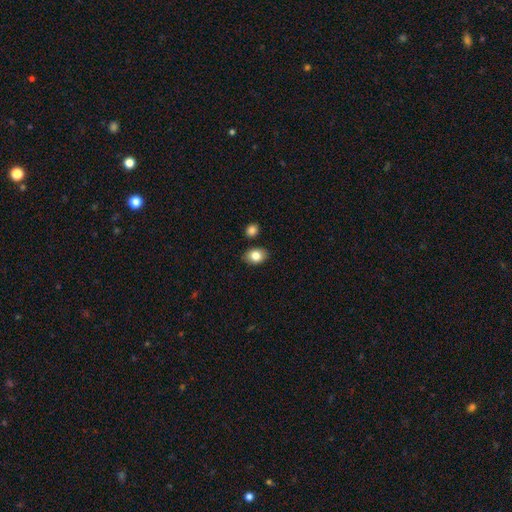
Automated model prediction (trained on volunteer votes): This appears to be a smooth galaxy with no disk features (83%) that is in between round and cigar-shaped (72%). Merging: none (83%).